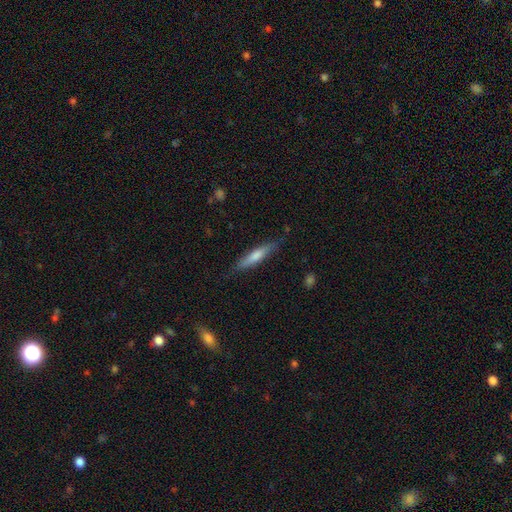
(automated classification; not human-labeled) A smooth galaxy with no disk features (49%). Merging: none (84%).